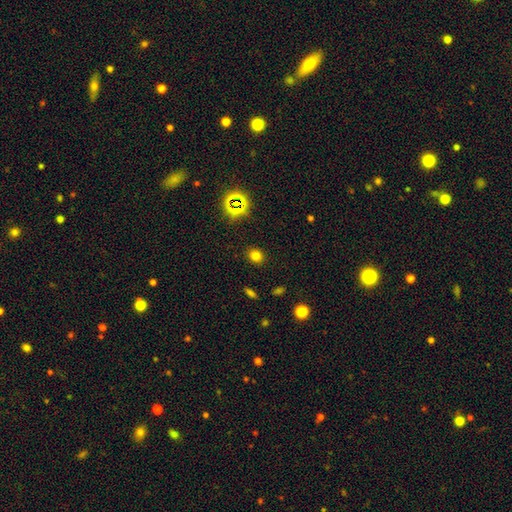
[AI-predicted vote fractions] A smooth galaxy with no disk features (73%) that is round (65%). Merging: none (88%).